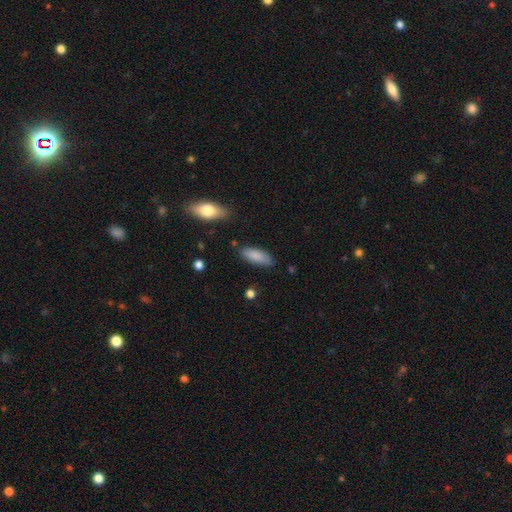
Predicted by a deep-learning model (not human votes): Smooth or featured? smooth (86%)
How rounded? in between (72%)
Merging? none (82%)